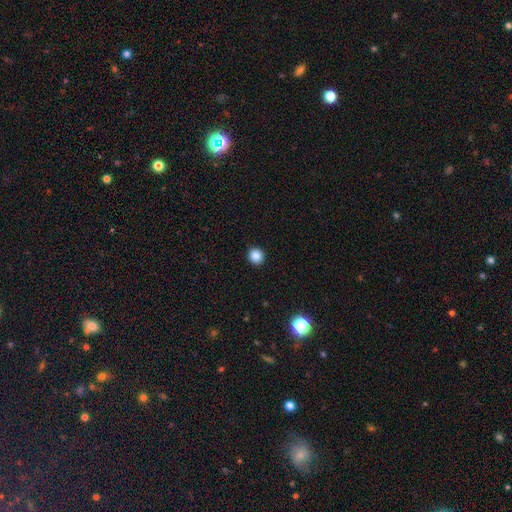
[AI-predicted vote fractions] smooth_or_featured: smooth (p=0.86) [alt: star or artifact p=0.11]
how_rounded: round (p=0.92) [alt: in between p=0.07]
merging: none (p=0.93) [alt: minor disturbance p=0.04]